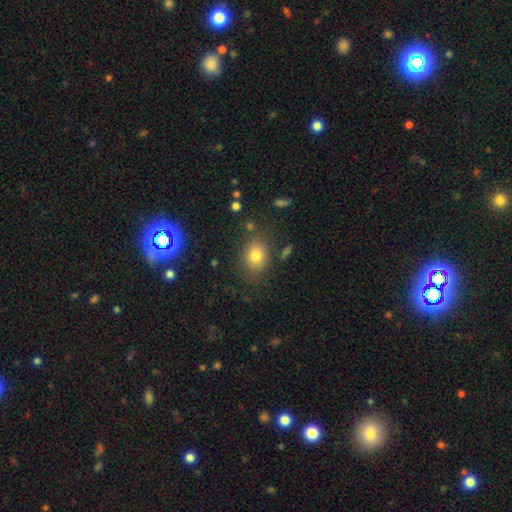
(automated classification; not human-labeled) This appears to be a smooth galaxy with no disk features (79%) that is in between round and cigar-shaped (51%). Merging: none (77%).